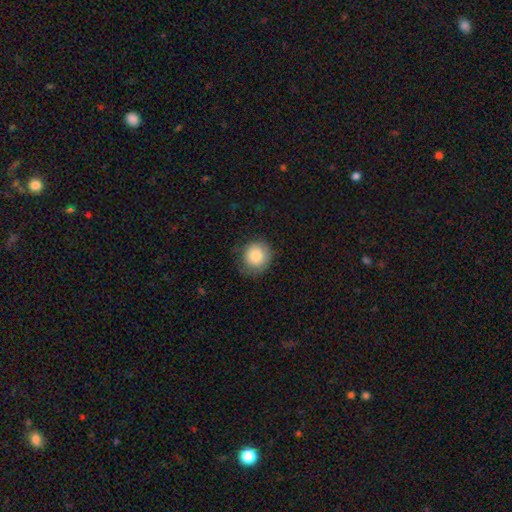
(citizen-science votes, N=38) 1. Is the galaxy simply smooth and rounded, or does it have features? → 87% smooth, 11% featured or disk, 3% star or artifact.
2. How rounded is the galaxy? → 94% round, 6% in between, 0% cigar-shaped.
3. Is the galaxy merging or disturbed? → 73% none, 16% minor disturbance, 11% major disturbance, 0% merger.